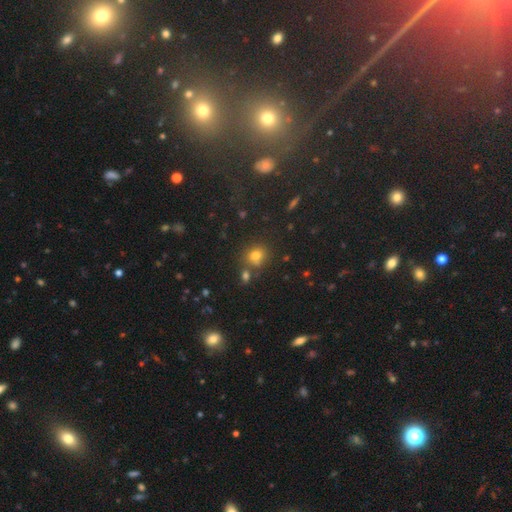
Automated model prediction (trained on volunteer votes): Smooth or featured? Predicted: smooth (p=0.71). How rounded? Predicted: round (p=0.75). Merging? Predicted: none (p=0.67).